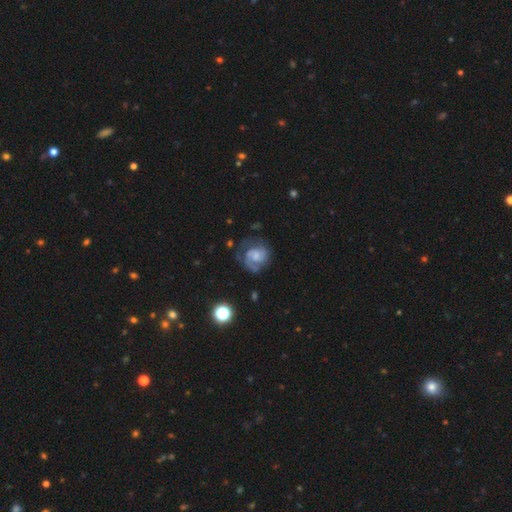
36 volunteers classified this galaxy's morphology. featured or disk 83%, smooth 17%, star or artifact 0%. Down the decision tree: edge-on disk — no (97%); bar — weak (48%, tied with no); spiral arms — yes (90%); spiral arm count — 2 (62%); spiral winding — tight (35%, tied with medium); bulge size — small (38%); merging — none (56%).